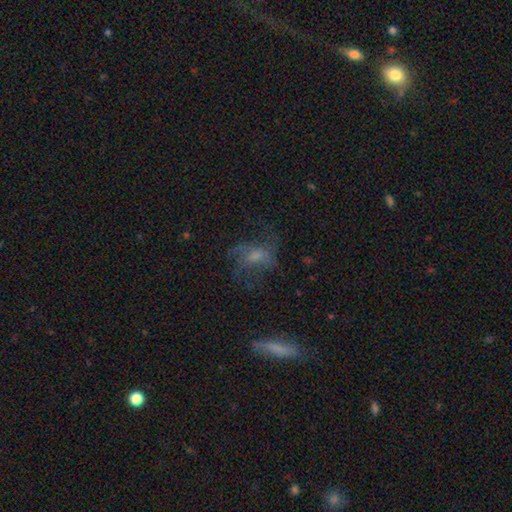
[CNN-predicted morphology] The model was most divided on "smooth or featured": featured or disk: 47%, smooth: 35%, star or artifact: 18%. More confident: merging — none (52%).